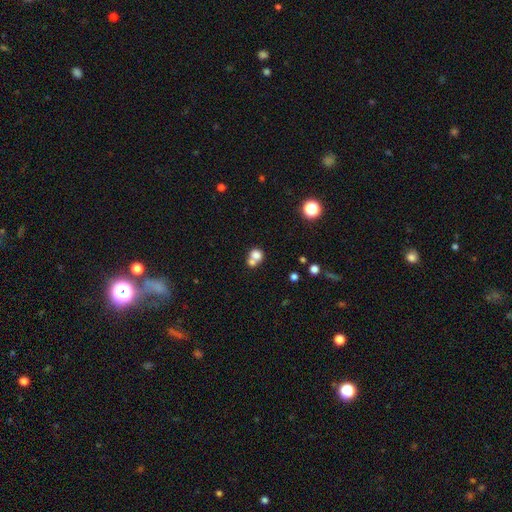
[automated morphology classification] This is likely a smooth galaxy (76%). How rounded: likely round (72%). Merging: possibly merger (59%).